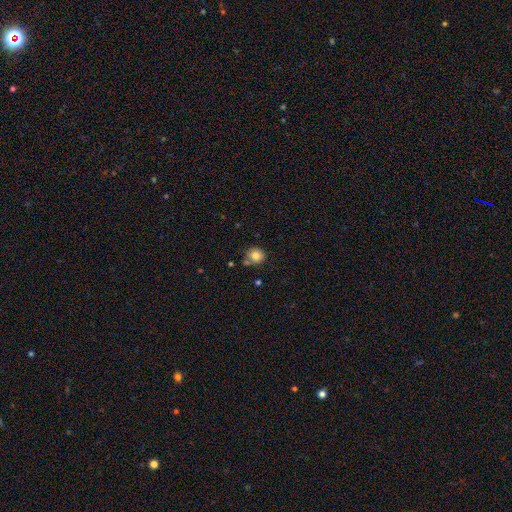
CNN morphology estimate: type=smooth (81%); roundness=round (87%); merging=none (69%).